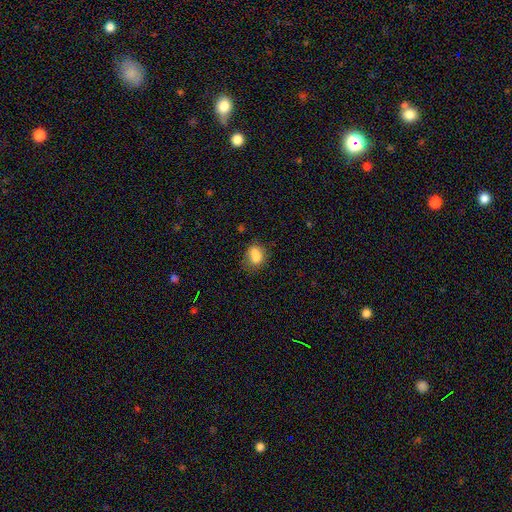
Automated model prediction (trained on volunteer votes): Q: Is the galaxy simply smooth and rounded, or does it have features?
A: smooth — 77%.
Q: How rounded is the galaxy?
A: in between — 57%.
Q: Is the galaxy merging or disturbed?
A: none — 47%.